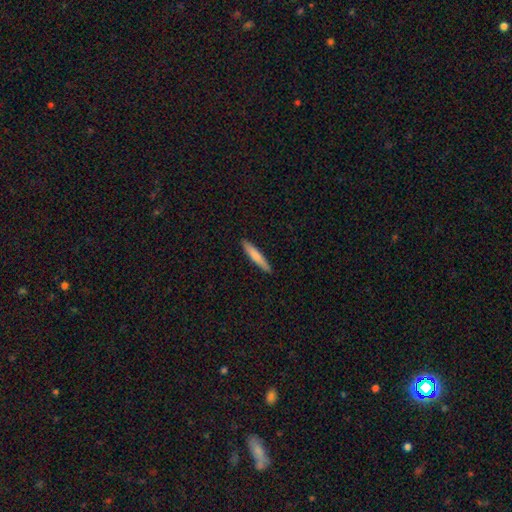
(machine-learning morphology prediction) Smooth or featured? Predicted: smooth (p=0.75). How rounded? Predicted: cigar-shaped (p=0.93). Merging? Predicted: none (p=0.91).